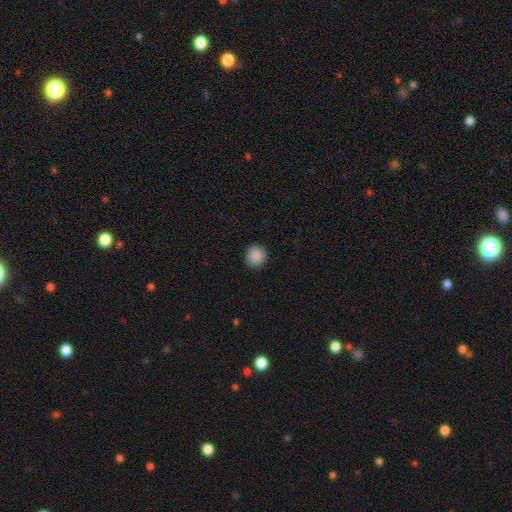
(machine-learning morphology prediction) A smooth galaxy with no disk features (89%) that is round (91%). Merging: none (90%).